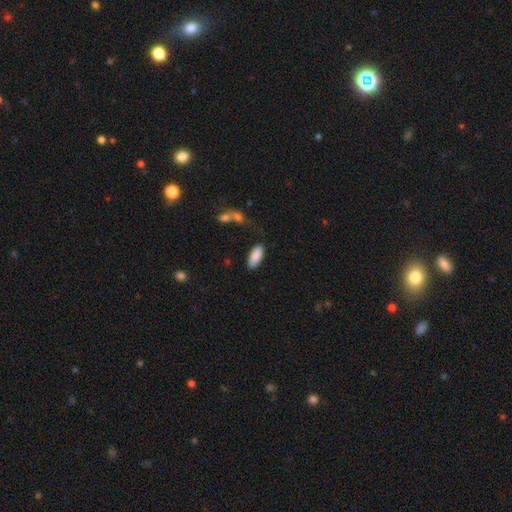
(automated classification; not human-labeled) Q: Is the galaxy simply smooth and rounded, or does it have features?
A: smooth — 89%.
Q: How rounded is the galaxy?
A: in between — 85%.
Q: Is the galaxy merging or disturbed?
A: none — 81%.